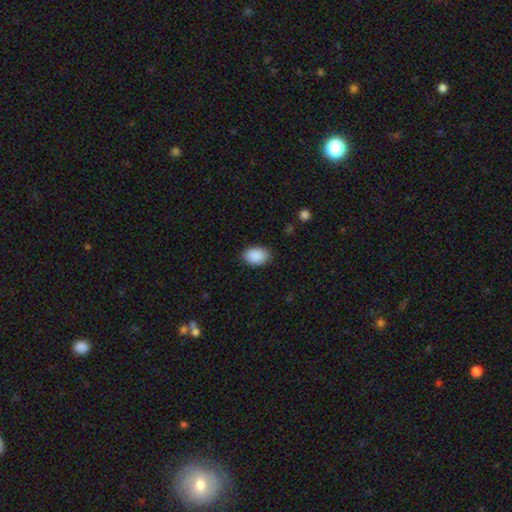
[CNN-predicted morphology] smooth 90%, star or artifact 7%, featured or disk 3%. Down the decision tree: how rounded — in between (82%); merging — none (85%).